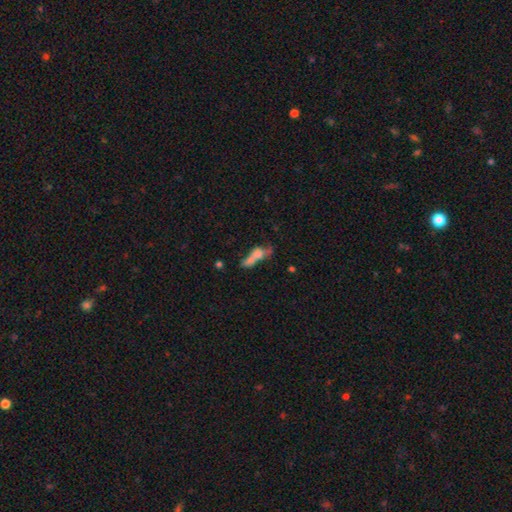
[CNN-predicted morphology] Q: Smooth or featured?
A: smooth (55%); runner-up: featured or disk (31%)
Q: How rounded?
A: in between (48%); runner-up: cigar-shaped (44%)
Q: Merging?
A: merger (35%); runner-up: none (26%)